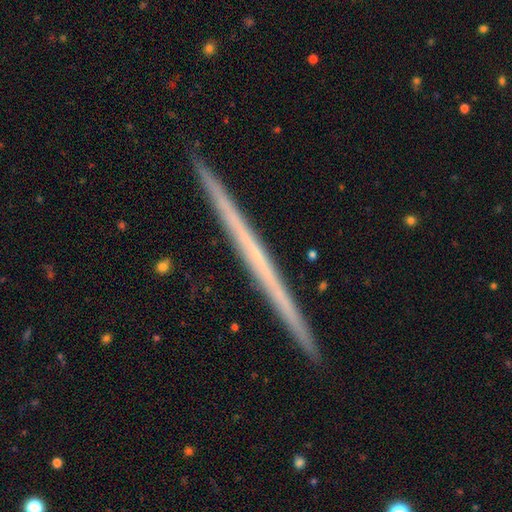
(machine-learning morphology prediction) Smooth or featured? Predicted: featured or disk (p=0.68). Edge-on disk? Predicted: yes (p=0.98). Edge-on bulge? Predicted: none (p=0.93). Merging? Predicted: none (p=0.93).